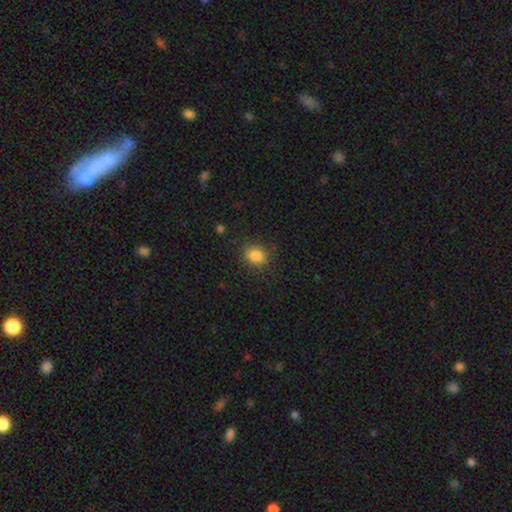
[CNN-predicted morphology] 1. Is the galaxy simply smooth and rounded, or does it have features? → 85% smooth, 10% star or artifact, 5% featured or disk.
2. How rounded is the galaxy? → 53% round, 46% in between, 1% cigar-shaped.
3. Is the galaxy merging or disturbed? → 83% none, 12% minor disturbance, 4% major disturbance, 1% merger.